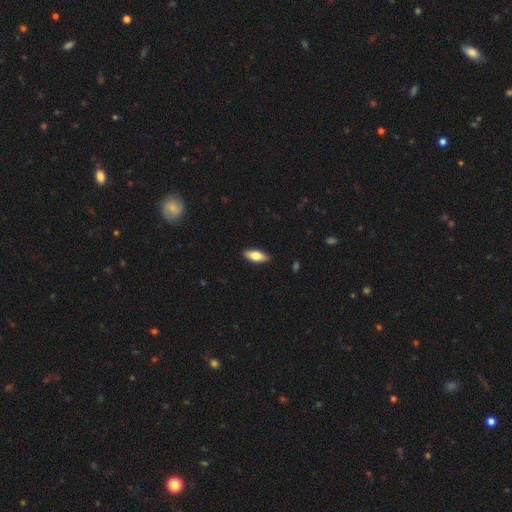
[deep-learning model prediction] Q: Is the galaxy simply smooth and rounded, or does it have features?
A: smooth — 74%.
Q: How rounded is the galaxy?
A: in between — 80%.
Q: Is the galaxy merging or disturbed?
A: none — 89%.